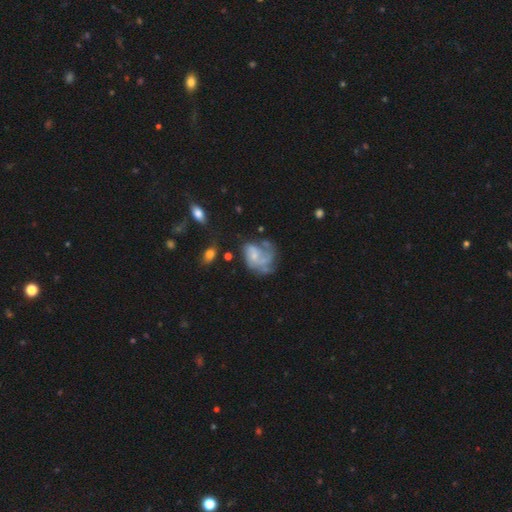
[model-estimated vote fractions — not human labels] Smooth or featured? Predicted: featured or disk (p=0.61). Edge-on disk? Predicted: no (p=0.98). Bar? Predicted: no (p=0.76). Spiral arms? Predicted: yes (p=0.63). Bulge size? Predicted: small (p=0.46). Merging? Predicted: major disturbance (p=0.39).